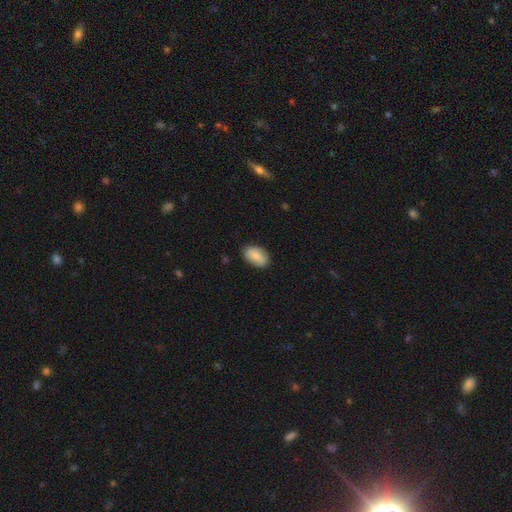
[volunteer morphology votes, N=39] Q: Smooth or featured?
A: smooth (87%); runner-up: star or artifact (10%)
Q: How rounded?
A: in between (97%); runner-up: round (3%)
Q: Merging?
A: none (71%); runner-up: minor disturbance (29%)